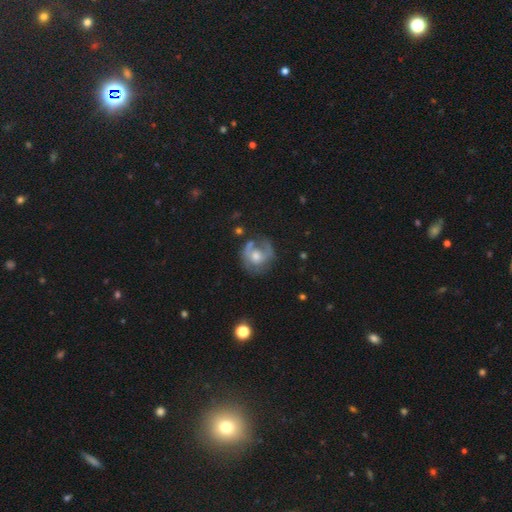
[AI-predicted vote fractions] A featured or disk galaxy (61%) with no bar (73%), spiral arms (68%) and a moderate central bulge (60%). Merging: none (53%).